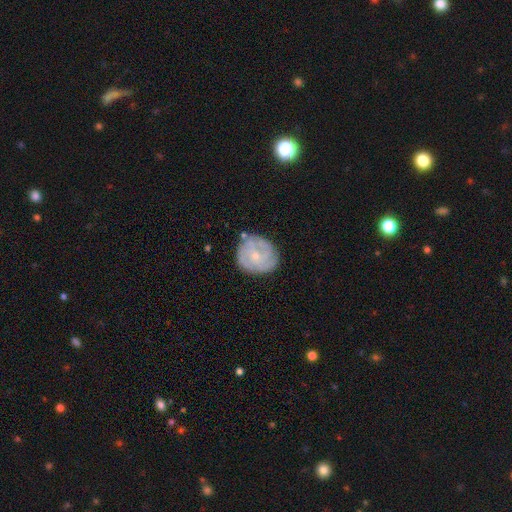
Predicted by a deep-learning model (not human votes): This is likely a featured or disk galaxy (64%). It is clearly not viewed edge-on (98%). Bar: likely no (76%). Spiral arm pattern: clearly yes (81%). Spiral arm count: marginally can't tell (42%). Spiral winding: likely tight (64%). Central bulge: likely small (68%). Merging: likely none (74%).